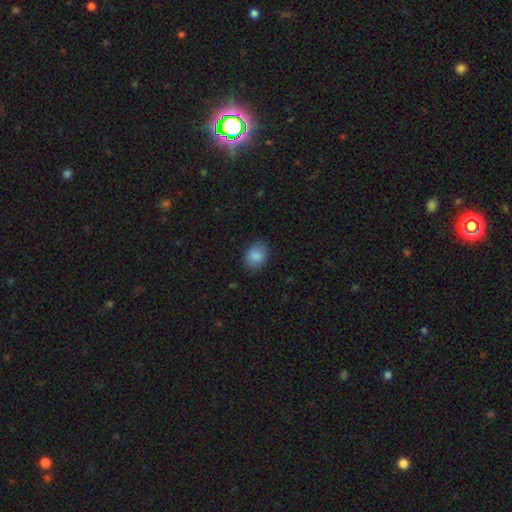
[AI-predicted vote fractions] smooth_or_featured: smooth (p=0.87) [alt: star or artifact p=0.08]
how_rounded: in between (p=0.56) [alt: round p=0.43]
merging: none (p=0.83) [alt: minor disturbance p=0.12]